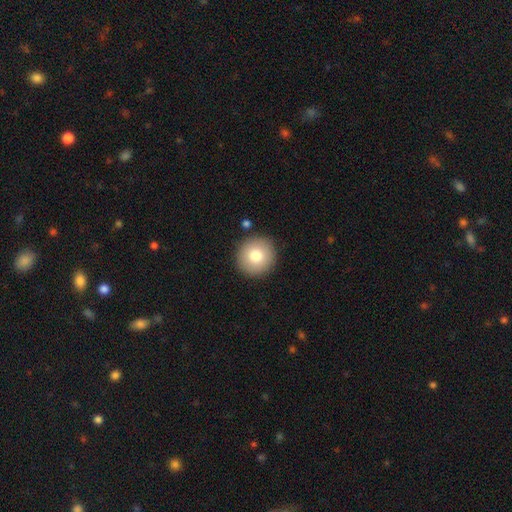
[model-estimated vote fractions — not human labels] This appears to be a smooth galaxy with no disk features (79%) that is round (94%). Merging: none (90%).